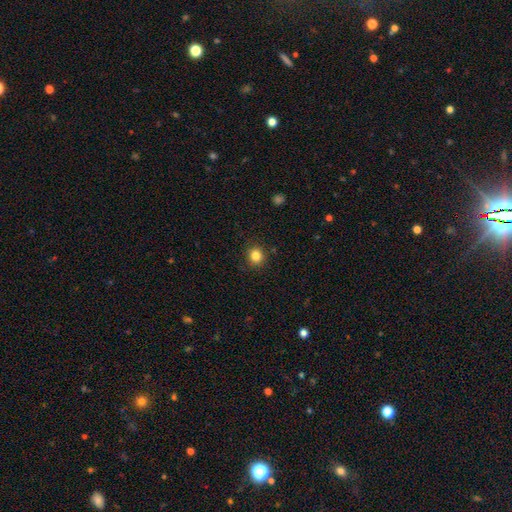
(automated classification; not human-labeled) smooth-or-featured: smooth: 84% | star or artifact: 11% | featured or disk: 5%
  how-rounded: round: 86% | in between: 13% | cigar-shaped: 1%
  merging: none: 89% | minor disturbance: 7% | major disturbance: 2% | merger: 1%